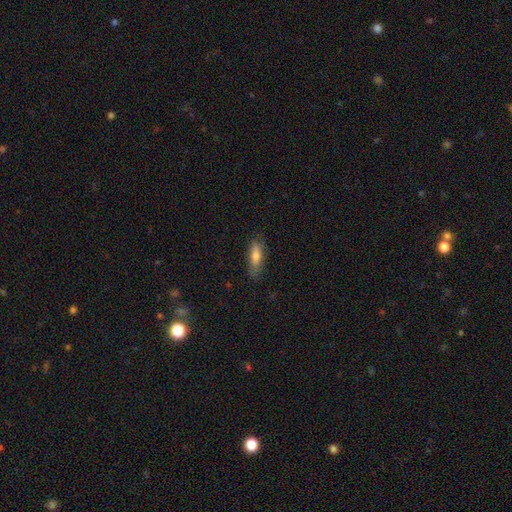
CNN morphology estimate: Smooth or featured: smooth — 70% (featured or disk — 24%)
How rounded: cigar-shaped — 50% (in between — 48%)
Merging: none — 75% (minor disturbance — 19%)